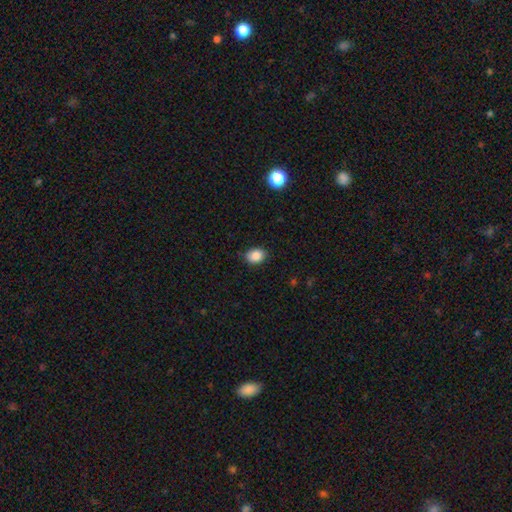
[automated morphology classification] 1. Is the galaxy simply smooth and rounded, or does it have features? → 87% smooth, 9% star or artifact, 4% featured or disk.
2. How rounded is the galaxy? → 58% in between, 41% round, 1% cigar-shaped.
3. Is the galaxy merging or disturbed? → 84% none, 13% minor disturbance, 2% major disturbance, 1% merger.